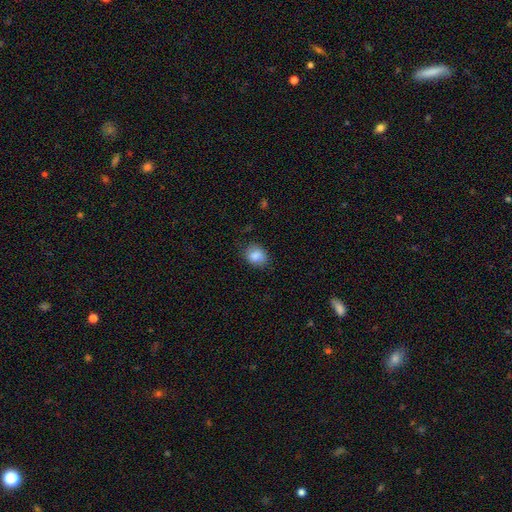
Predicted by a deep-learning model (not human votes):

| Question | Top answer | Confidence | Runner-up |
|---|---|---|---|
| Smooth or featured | smooth | 86% | star or artifact (8%) |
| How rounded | in between | 54% | round (45%) |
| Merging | none | 76% | minor disturbance (19%) |